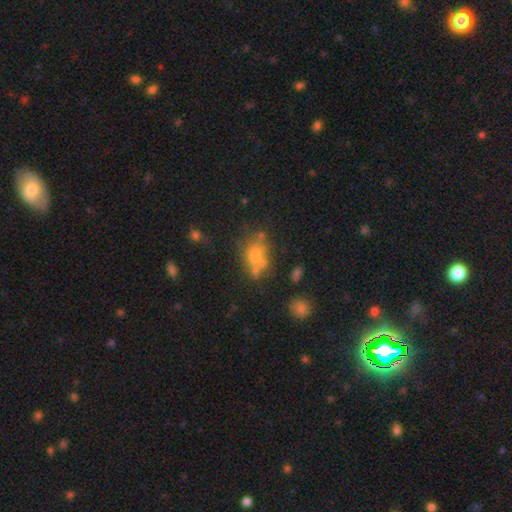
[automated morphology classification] The model was most divided on "merging": none: 38%, merger: 28%, minor disturbance: 19%, major disturbance: 16%. More confident: how rounded — in between (69%); smooth or featured — smooth (55%).